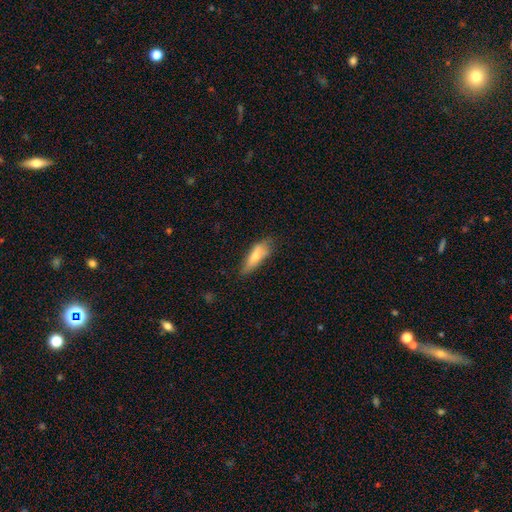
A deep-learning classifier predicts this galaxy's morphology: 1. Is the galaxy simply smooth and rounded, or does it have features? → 70% smooth, 23% featured or disk, 7% star or artifact.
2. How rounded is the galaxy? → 56% in between, 42% cigar-shaped, 2% round.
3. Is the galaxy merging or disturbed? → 61% none, 28% minor disturbance, 8% major disturbance, 3% merger.